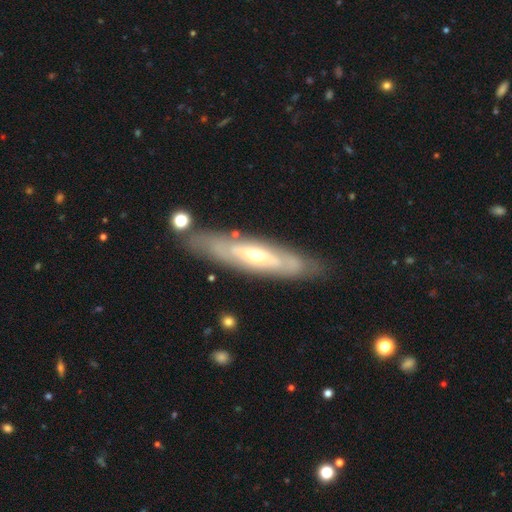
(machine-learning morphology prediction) The model was most divided on "edge-on disk": no: 62%, yes: 38%. More confident: merging — none (81%); smooth or featured — featured or disk (72%).